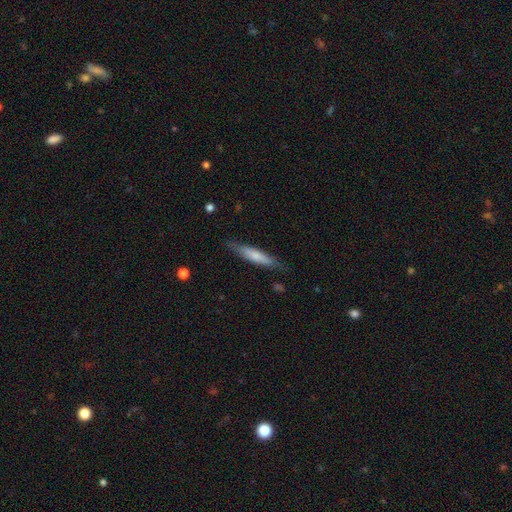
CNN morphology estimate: Smooth or featured: smooth — 62% (featured or disk — 32%)
How rounded: cigar-shaped — 86% (in between — 13%)
Merging: none — 80% (minor disturbance — 15%)